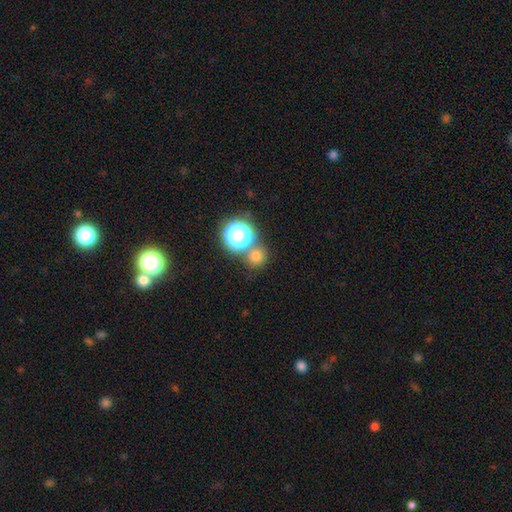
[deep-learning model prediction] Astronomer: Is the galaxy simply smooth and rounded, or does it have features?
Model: smooth — 72%.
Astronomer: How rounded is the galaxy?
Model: round — 89%.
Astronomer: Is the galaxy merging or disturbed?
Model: none — 62%.